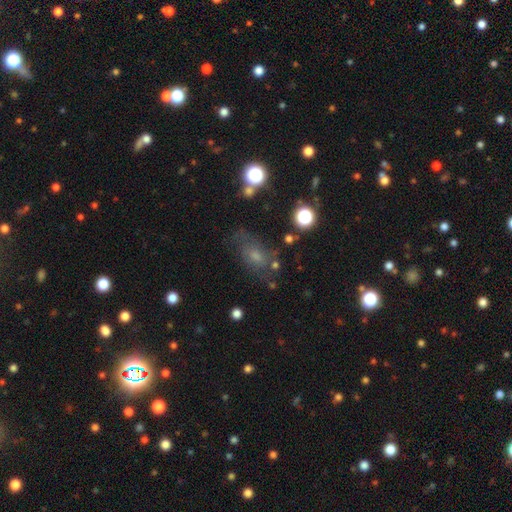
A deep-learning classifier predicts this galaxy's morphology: A smooth galaxy with no disk features (44%).

Vote fractions:
- Smooth or featured? smooth: 44% / featured or disk: 36% / star or artifact: 20%
- Merging? none: 56% / minor disturbance: 23% / major disturbance: 16% / merger: 5%